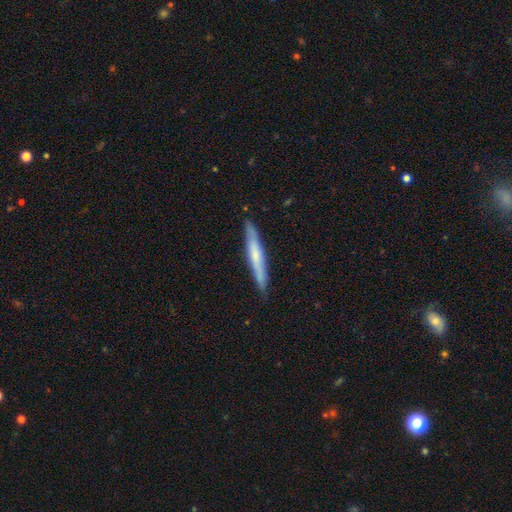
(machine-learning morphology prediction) smooth_or_featured: smooth (p=0.52) [alt: featured or disk p=0.42]
how_rounded: cigar-shaped (p=0.95) [alt: in between p=0.04]
merging: none (p=0.88) [alt: minor disturbance p=0.10]